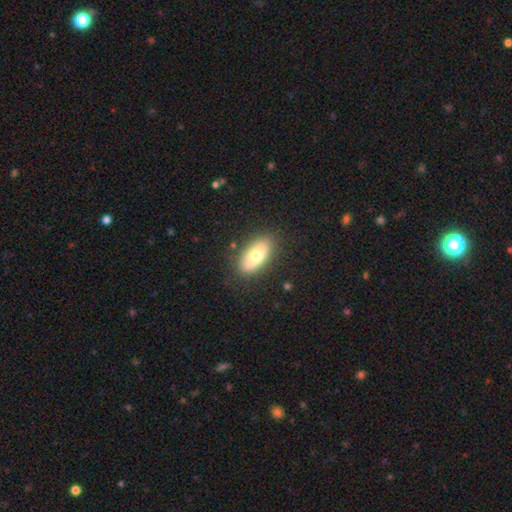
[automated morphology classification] This is likely a smooth galaxy (70%). How rounded: clearly in between (90%). Merging: clearly none (85%).